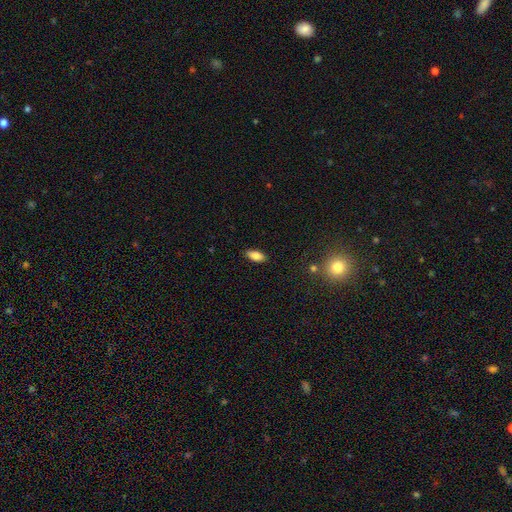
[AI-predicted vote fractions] Smooth or featured: smooth — 84% (star or artifact — 8%)
How rounded: in between — 87% (cigar-shaped — 11%)
Merging: none — 87% (minor disturbance — 10%)